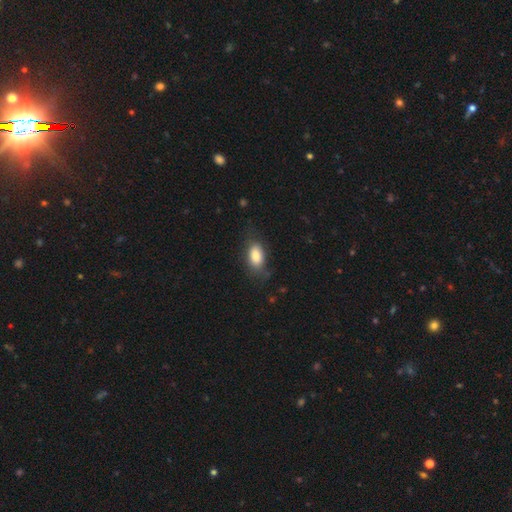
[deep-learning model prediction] smooth-or-featured: smooth: 83% | featured or disk: 10% | star or artifact: 7%
  how-rounded: in between: 90% | round: 5% | cigar-shaped: 4%
  merging: none: 68% | minor disturbance: 22% | major disturbance: 8% | merger: 1%